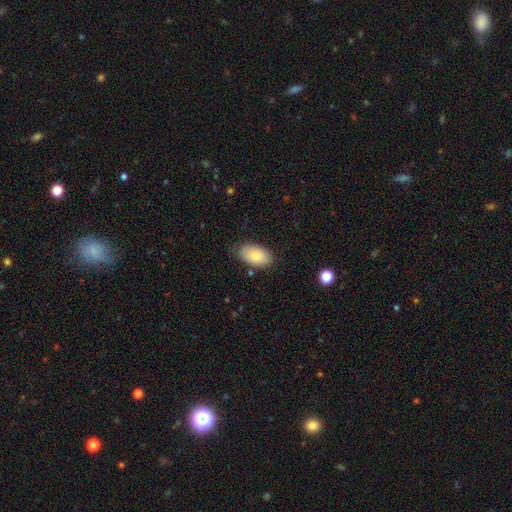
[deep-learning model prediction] Morphology: type=smooth (80%); roundness=in between (94%); merging=none (79%).